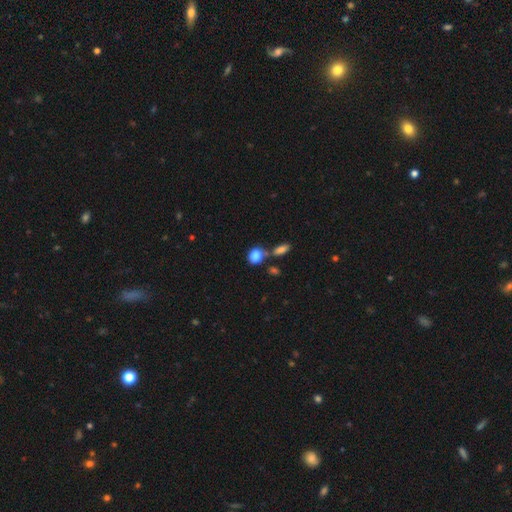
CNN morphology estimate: Smooth or featured: smooth — 85% (star or artifact — 9%)
How rounded: in between — 50% (round — 48%)
Merging: none — 50% (merger — 29%)